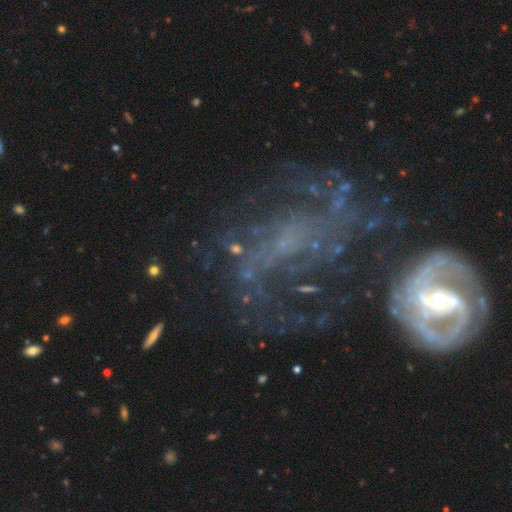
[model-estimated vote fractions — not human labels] Smooth or featured?
  - featured or disk: 78% *
  - star or artifact: 12%
  - smooth: 10%
Edge-on disk?
  - no: 96% *
  - yes: 4%
Bar?
  - no: 47% *
  - weak: 34%
  - strong: 19%
Spiral arms?
  - yes: 75% *
  - no: 25%
Spiral winding?
  - loose: 39% *
  - medium: 37%
  - tight: 24%
Spiral arm count?
  - 2: 50% *
  - can't tell: 28%
  - 1: 7%
  - 3: 6%
  - 4: 4%
  - more than 4: 4%
Bulge size?
  - small: 45% *
  - none: 26%
  - moderate: 24%
  - large: 4%
  - dominant: 2%
Merging?
  - none: 36% *
  - major disturbance: 32%
  - minor disturbance: 17%
  - merger: 16%